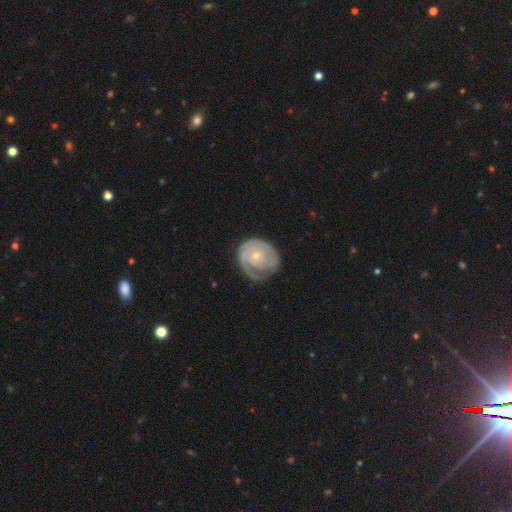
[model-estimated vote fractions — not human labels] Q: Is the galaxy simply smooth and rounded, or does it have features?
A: featured or disk — 79%.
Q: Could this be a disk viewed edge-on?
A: no — 98%.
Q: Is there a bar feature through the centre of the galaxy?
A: no — 79%.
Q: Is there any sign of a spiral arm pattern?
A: yes — 93%.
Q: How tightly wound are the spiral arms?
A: tight — 74%.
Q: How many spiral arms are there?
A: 1 — 34%.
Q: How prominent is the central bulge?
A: small — 72%.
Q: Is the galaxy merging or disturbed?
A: none — 62%.